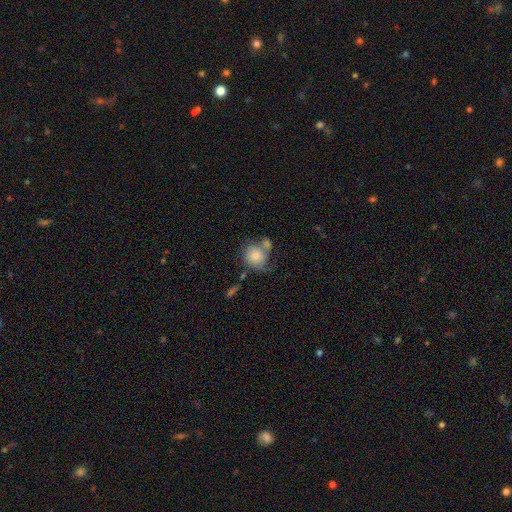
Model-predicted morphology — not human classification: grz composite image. It shows a smooth galaxy with no disk features (59%) that is round (77%). Merging: none (31%).